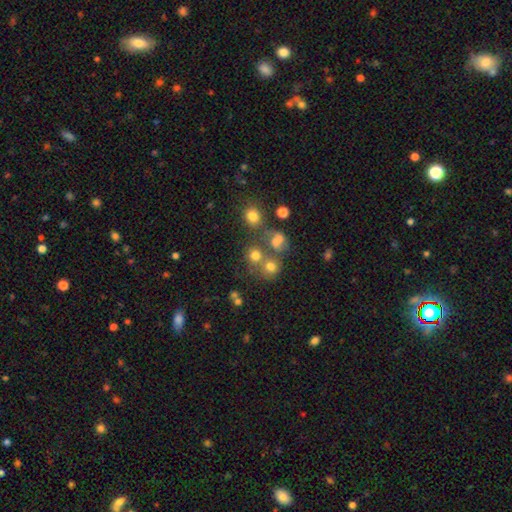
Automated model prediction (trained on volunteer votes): Smooth or featured: smooth — 72% (star or artifact — 16%)
How rounded: round — 81% (in between — 18%)
Merging: none — 52% (merger — 31%)